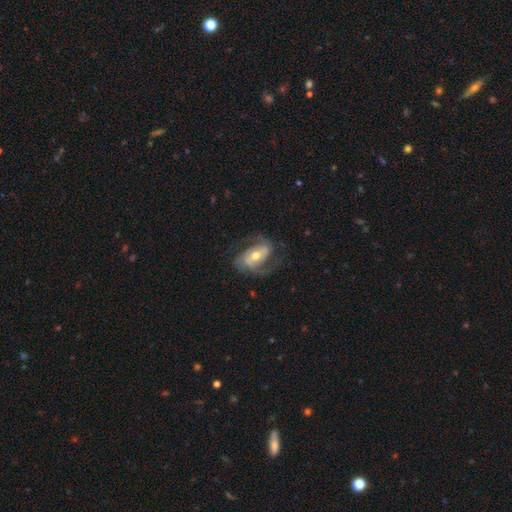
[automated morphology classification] Q: Smooth or featured?
A: featured or disk (83%); runner-up: smooth (12%)
Q: Edge-on disk?
A: no (96%); runner-up: yes (4%)
Q: Bar?
A: weak (39%); runner-up: strong (35%)
Q: Spiral arms?
A: yes (94%); runner-up: no (6%)
Q: Spiral winding?
A: medium (51%); runner-up: loose (28%)
Q: Spiral arm count?
A: 2 (87%); runner-up: can't tell (5%)
Q: Bulge size?
A: moderate (68%); runner-up: small (24%)
Q: Merging?
A: none (68%); runner-up: minor disturbance (17%)